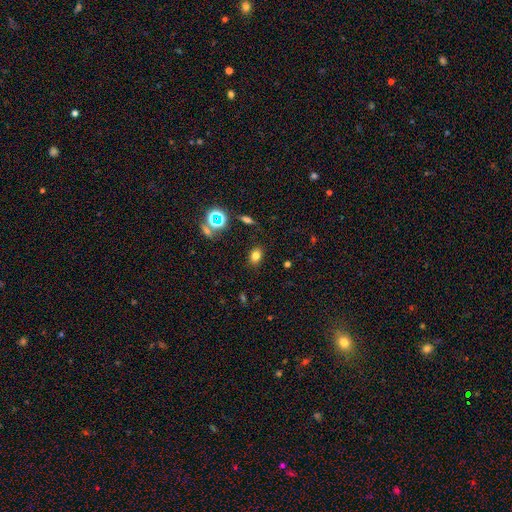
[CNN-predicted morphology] Smooth or featured? smooth (76%)
How rounded? in between (68%)
Merging? none (85%)